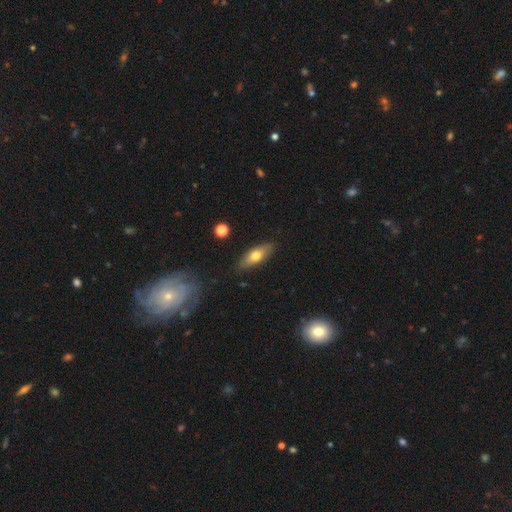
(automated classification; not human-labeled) Smooth or featured?
  - smooth: 65% *
  - featured or disk: 29%
  - star or artifact: 6%
How rounded?
  - in between: 66% *
  - cigar-shaped: 30%
  - round: 3%
Merging?
  - none: 84% *
  - minor disturbance: 12%
  - major disturbance: 2%
  - merger: 2%